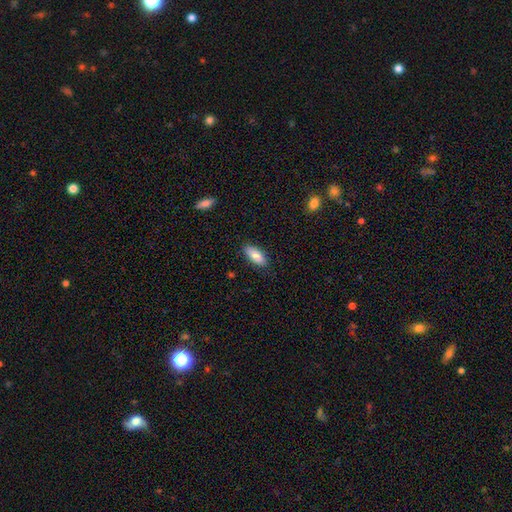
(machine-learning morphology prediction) smooth 85%, featured or disk 9%, star or artifact 6%. Down the decision tree: how rounded — in between (81%); merging — none (85%).